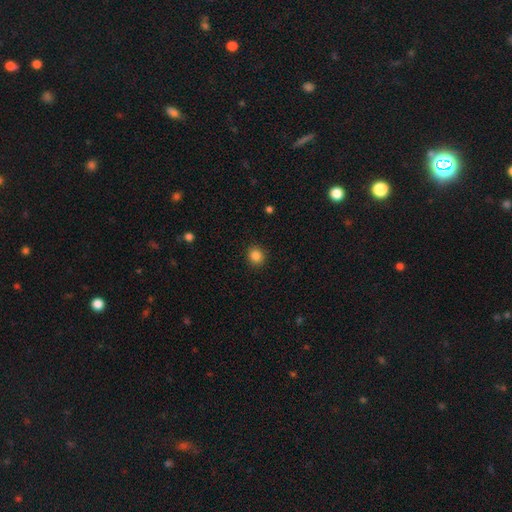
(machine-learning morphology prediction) Smooth or featured? Predicted: smooth (p=0.86). How rounded? Predicted: round (p=0.86). Merging? Predicted: none (p=0.90).